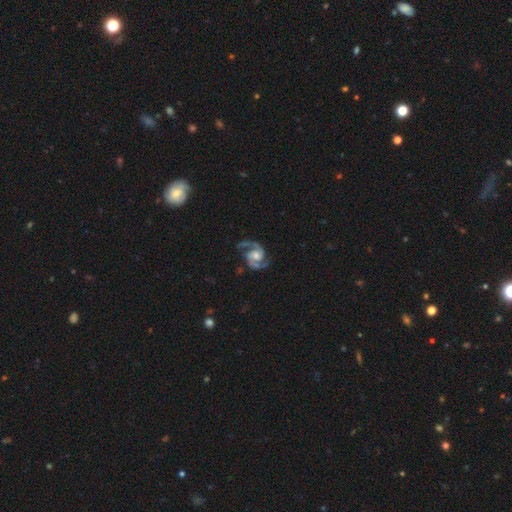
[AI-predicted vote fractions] This appears to be a featured or disk galaxy (93%) with no bar (55%), 2 (94%) medium (63%) spiral arms (99%) and a moderate central bulge (57%). Merging: none (80%).